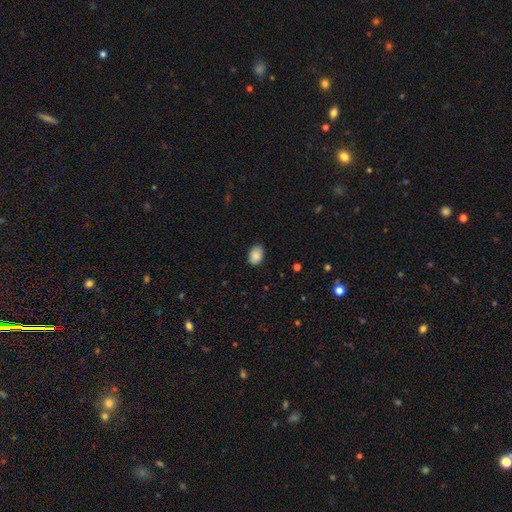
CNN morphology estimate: This appears to be a smooth galaxy with no disk features (89%) that is in between round and cigar-shaped (83%). Merging: none (86%).